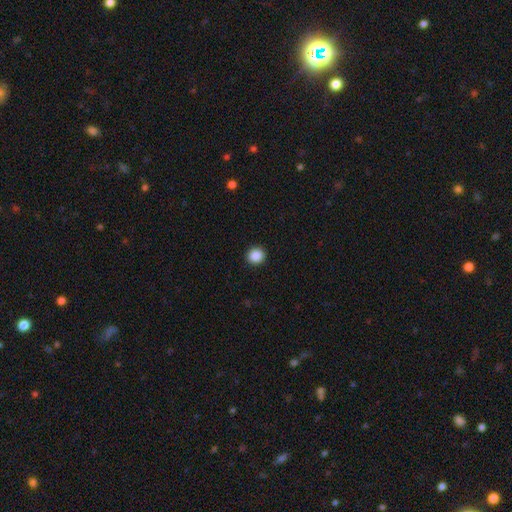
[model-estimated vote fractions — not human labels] This is clearly a smooth galaxy (88%). How rounded: clearly round (91%). Merging: clearly none (93%).